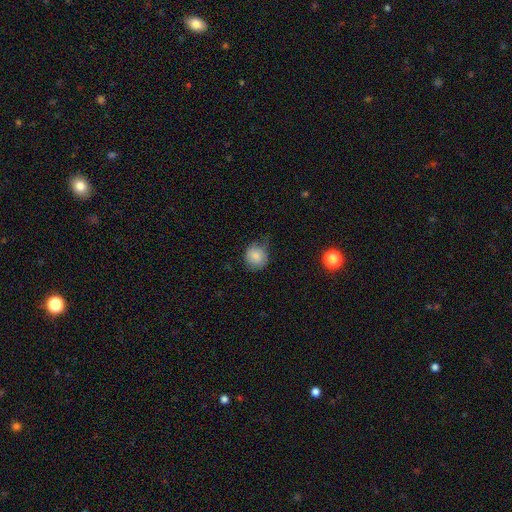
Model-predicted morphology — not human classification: smooth_or_featured: smooth (p=0.81) [alt: featured or disk p=0.10]
how_rounded: round (p=0.82) [alt: in between p=0.17]
merging: none (p=0.58) [alt: minor disturbance p=0.31]